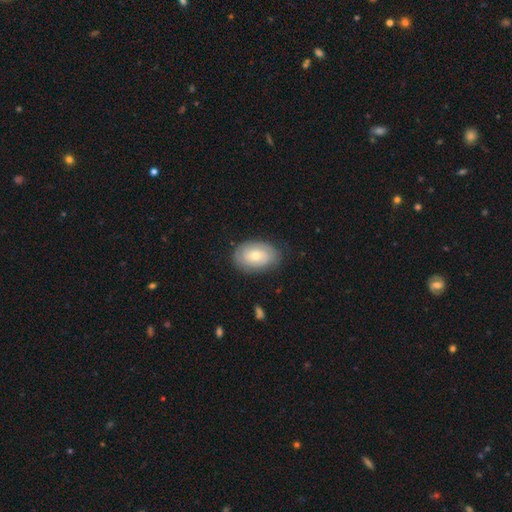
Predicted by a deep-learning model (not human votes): Smooth or featured? Predicted: featured or disk (p=0.49). Merging? Predicted: none (p=0.79).